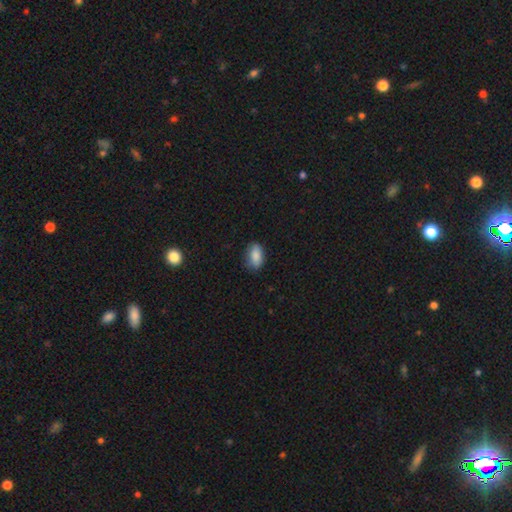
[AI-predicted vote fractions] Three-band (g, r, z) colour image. It shows a smooth galaxy with no disk features (86%) that is in between round and cigar-shaped (90%). Merging: none (78%).